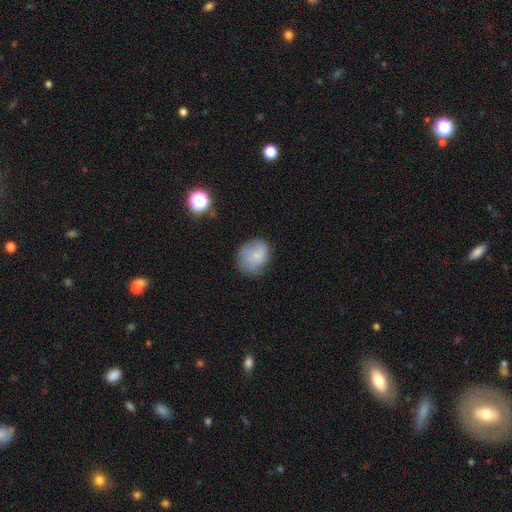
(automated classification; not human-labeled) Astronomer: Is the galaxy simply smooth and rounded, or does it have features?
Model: smooth — 70%.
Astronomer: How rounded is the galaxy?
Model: round — 63%.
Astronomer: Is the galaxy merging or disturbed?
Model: none — 62%.